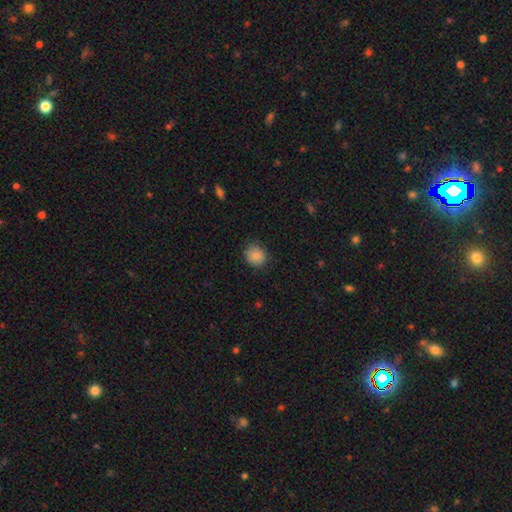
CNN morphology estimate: smooth-or-featured: smooth: 87% | star or artifact: 9% | featured or disk: 4%
  how-rounded: round: 75% | in between: 24% | cigar-shaped: 1%
  merging: none: 86% | minor disturbance: 10% | major disturbance: 3% | merger: 1%